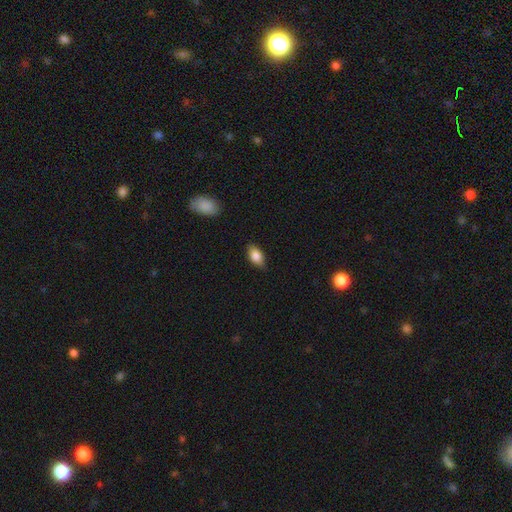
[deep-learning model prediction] smooth-or-featured: smooth: 83% | featured or disk: 9% | star or artifact: 7%
  how-rounded: in between: 90% | round: 7% | cigar-shaped: 4%
  merging: none: 81% | minor disturbance: 15% | major disturbance: 2% | merger: 1%